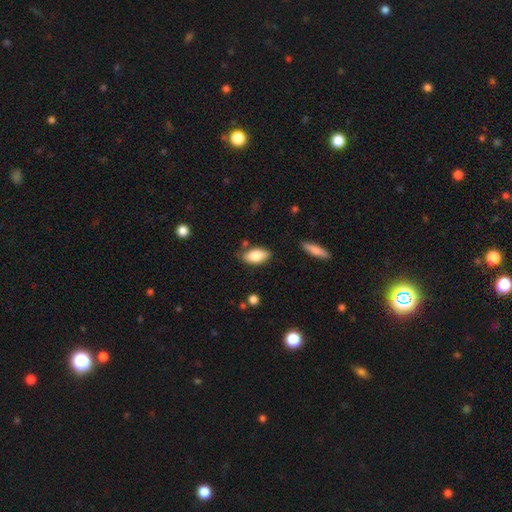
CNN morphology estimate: Smooth or featured?
  - smooth: 82% *
  - featured or disk: 11%
  - star or artifact: 7%
How rounded?
  - in between: 91% *
  - cigar-shaped: 7%
  - round: 3%
Merging?
  - none: 78% *
  - minor disturbance: 15%
  - merger: 4%
  - major disturbance: 3%